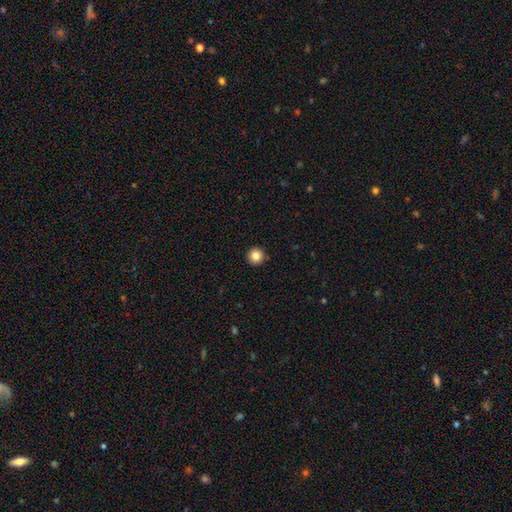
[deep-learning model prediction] Q: Smooth or featured?
A: smooth (84%); runner-up: star or artifact (10%)
Q: How rounded?
A: round (96%); runner-up: in between (3%)
Q: Merging?
A: none (93%); runner-up: minor disturbance (5%)